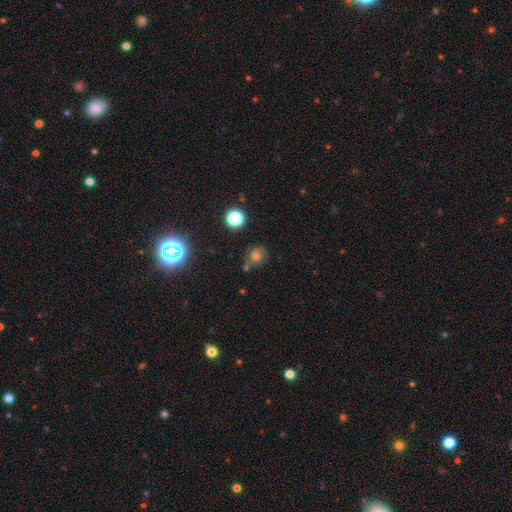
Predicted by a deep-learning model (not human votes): Smooth or featured? smooth (63%)
How rounded? round (71%)
Merging? none (60%)